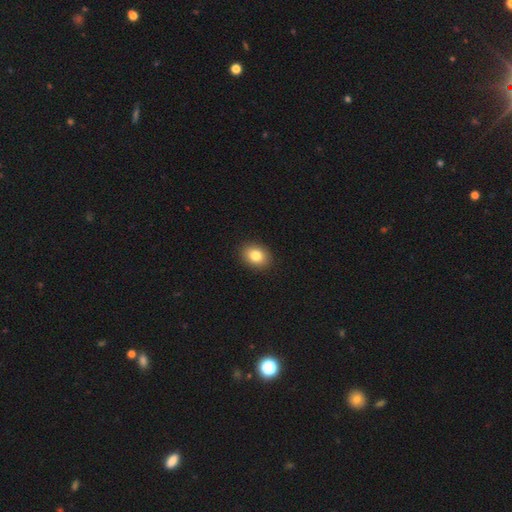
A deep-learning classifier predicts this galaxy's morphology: Smooth or featured? Predicted: smooth (p=0.82). How rounded? Predicted: in between (p=0.57). Merging? Predicted: none (p=0.91).